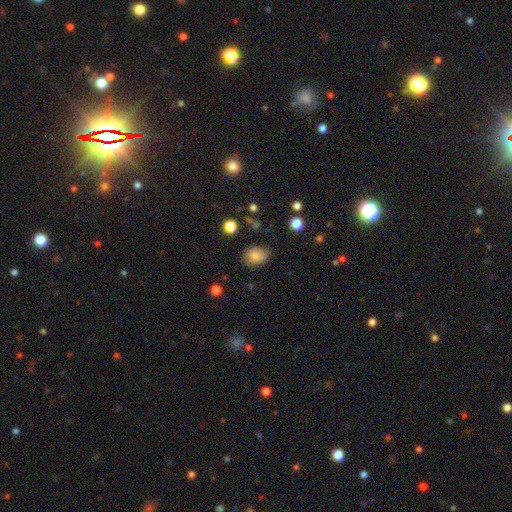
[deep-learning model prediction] smooth 82%, star or artifact 10%, featured or disk 8%. Down the decision tree: how rounded — in between (68%); merging — none (69%).